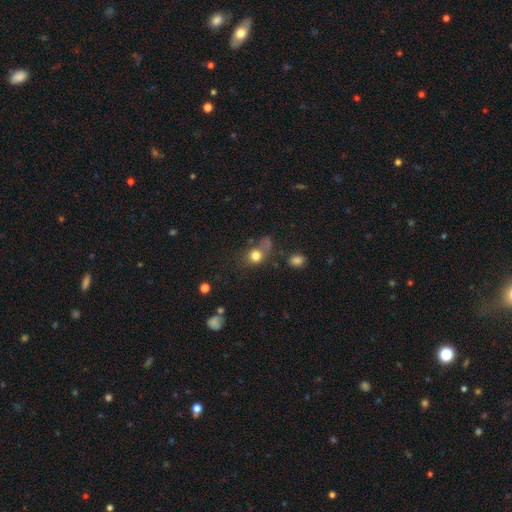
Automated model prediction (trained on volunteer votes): Q: Smooth or featured?
A: smooth (77%); runner-up: star or artifact (13%)
Q: How rounded?
A: round (73%); runner-up: in between (25%)
Q: Merging?
A: none (47%); runner-up: minor disturbance (19%)